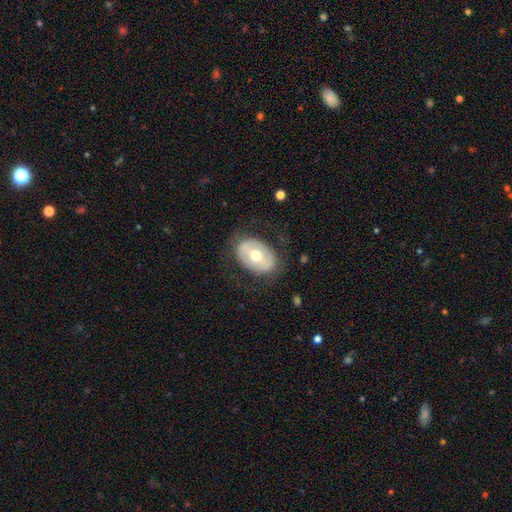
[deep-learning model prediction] Morphology: type=smooth (48%); merging=none (75%).